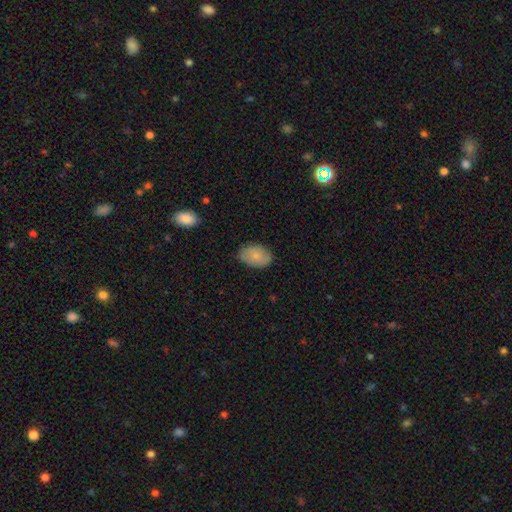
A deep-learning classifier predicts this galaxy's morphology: A smooth galaxy with no disk features (76%) that is in between round and cigar-shaped (85%).

Vote fractions:
- Smooth or featured? smooth: 76% / featured or disk: 17% / star or artifact: 7%
- How rounded? in between: 85% / round: 14% / cigar-shaped: 1%
- Merging? none: 82% / minor disturbance: 14% / major disturbance: 3% / merger: 1%